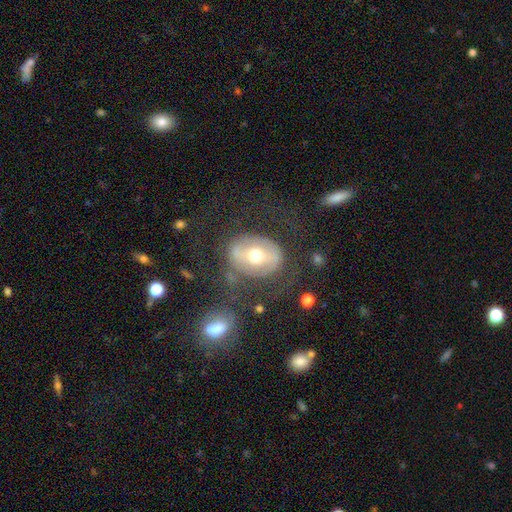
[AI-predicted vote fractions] Smooth or featured? featured or disk (58%)
Edge-on disk? no (94%)
Bar? no (38%)
Spiral arms? no (61%)
Bulge size? moderate (74%)
Merging? none (60%)